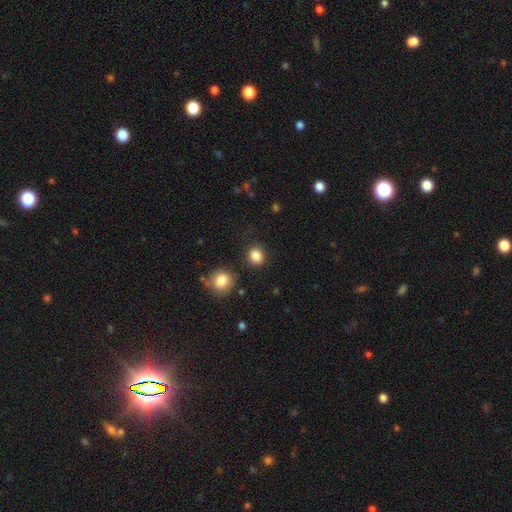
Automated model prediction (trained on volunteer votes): Smooth or featured: smooth — 85% (star or artifact — 11%)
How rounded: round — 84% (in between — 15%)
Merging: none — 85% (minor disturbance — 8%)